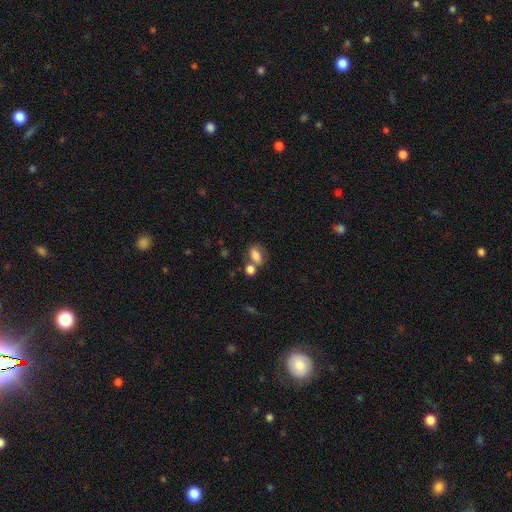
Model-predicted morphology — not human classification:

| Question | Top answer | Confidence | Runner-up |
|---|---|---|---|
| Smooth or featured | smooth | 76% | featured or disk (13%) |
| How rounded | in between | 81% | round (16%) |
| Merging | none | 41% | merger (36%) |